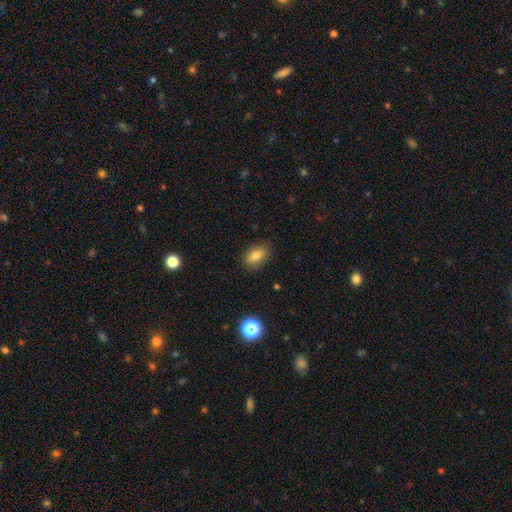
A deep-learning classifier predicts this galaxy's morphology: smooth 77%, featured or disk 12%, star or artifact 11%. Down the decision tree: how rounded — in between (83%); merging — none (84%).